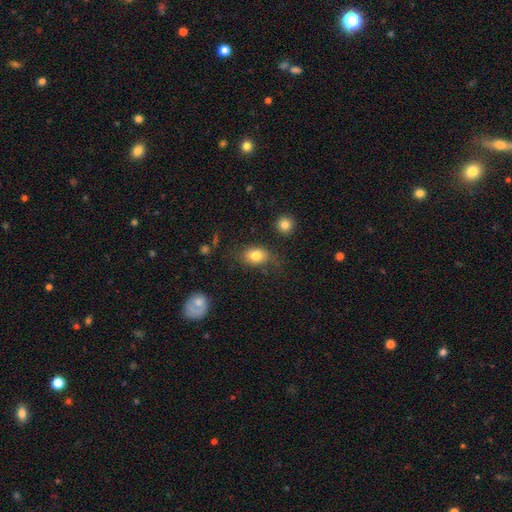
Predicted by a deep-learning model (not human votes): A smooth galaxy with no disk features (81%) that is in between round and cigar-shaped (72%).

Vote fractions:
- Smooth or featured? smooth: 81% / featured or disk: 10% / star or artifact: 9%
- How rounded? in between: 72% / round: 27% / cigar-shaped: 1%
- Merging? none: 70% / minor disturbance: 19% / major disturbance: 8% / merger: 3%